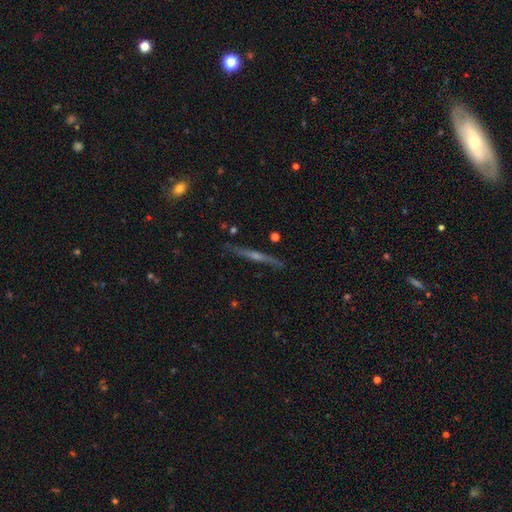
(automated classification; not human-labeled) Overall: featured or disk (74%). Edge-on disk: yes (97%). Edge-on bulge: rounded (69%). Merging: none (87%).